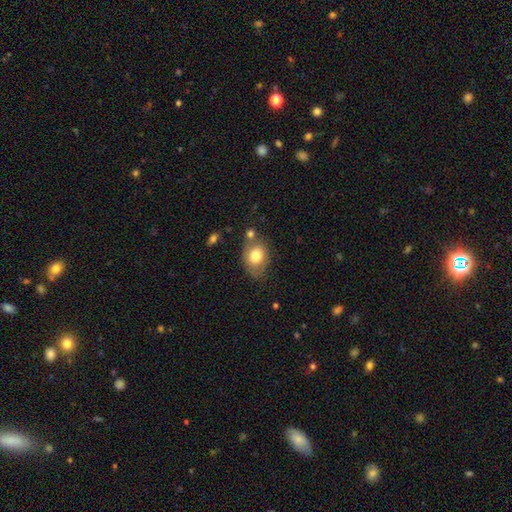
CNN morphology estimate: smooth-or-featured: smooth: 78% | featured or disk: 14% | star or artifact: 8%
  how-rounded: in between: 63% | round: 35% | cigar-shaped: 1%
  merging: none: 55% | minor disturbance: 24% | merger: 13% | major disturbance: 8%